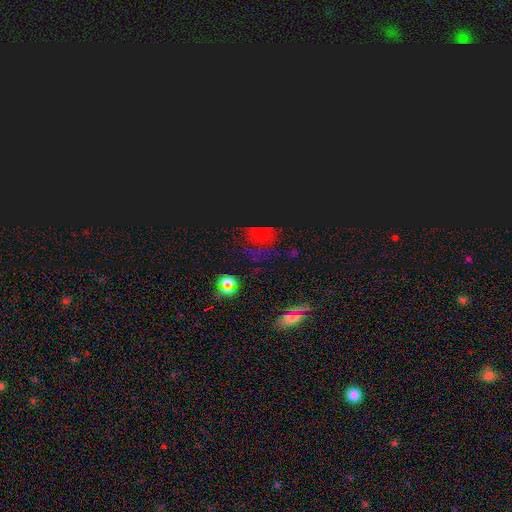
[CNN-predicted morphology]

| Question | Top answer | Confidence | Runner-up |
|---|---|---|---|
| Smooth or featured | star or artifact | 60% | smooth (29%) |